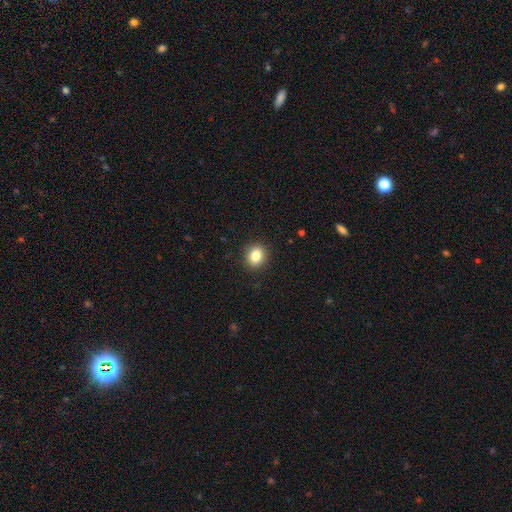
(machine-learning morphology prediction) Q: Smooth or featured?
A: smooth (84%); runner-up: star or artifact (10%)
Q: How rounded?
A: round (72%); runner-up: in between (27%)
Q: Merging?
A: none (91%); runner-up: minor disturbance (6%)